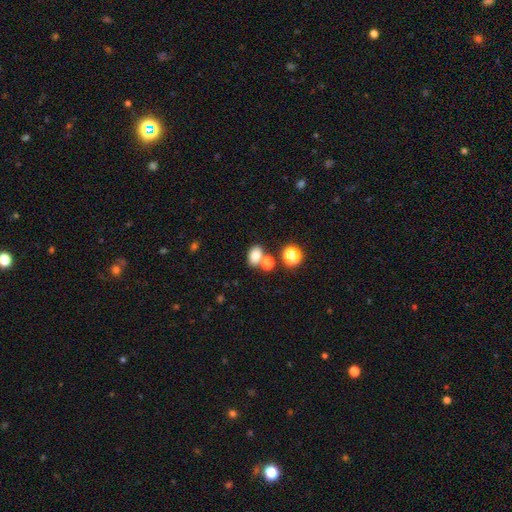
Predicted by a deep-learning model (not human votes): This is likely a smooth galaxy (79%). How rounded: likely in between (73%). Merging: possibly none (60%).